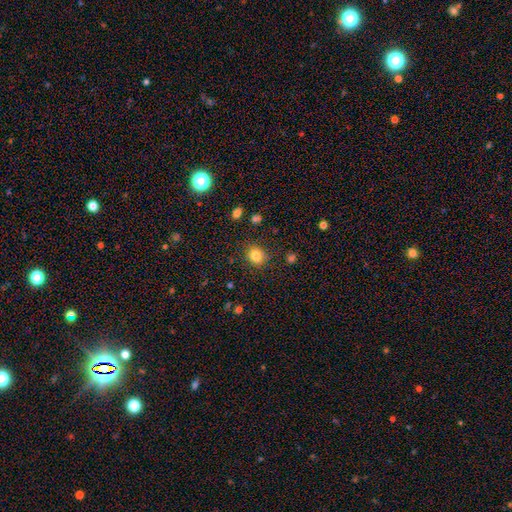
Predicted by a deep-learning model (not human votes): The model was most divided on "how rounded": round: 70%, in between: 29%, cigar-shaped: 1%. More confident: merging — none (84%); smooth or featured — smooth (82%).